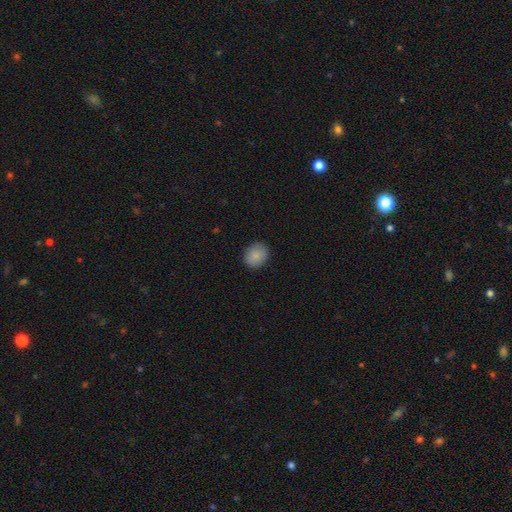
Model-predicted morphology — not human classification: smooth-or-featured: smooth: 87% | star or artifact: 8% | featured or disk: 5%
  how-rounded: round: 57% | in between: 42% | cigar-shaped: 1%
  merging: none: 88% | minor disturbance: 9% | major disturbance: 2% | merger: 1%